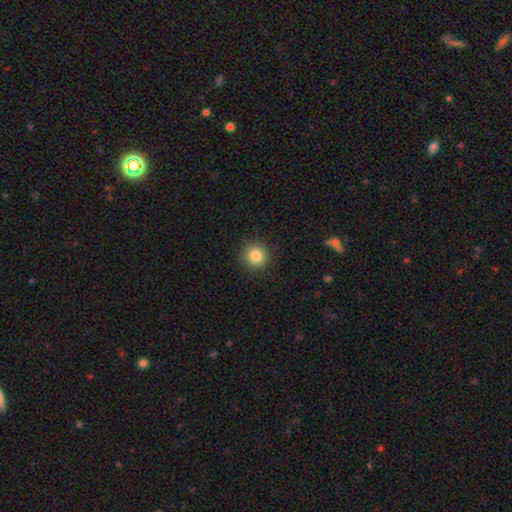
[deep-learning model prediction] Q: Smooth or featured?
A: smooth (84%); runner-up: star or artifact (11%)
Q: How rounded?
A: round (92%); runner-up: in between (7%)
Q: Merging?
A: none (90%); runner-up: minor disturbance (6%)